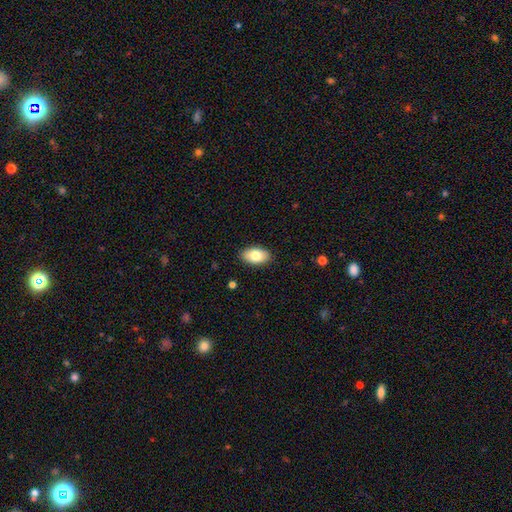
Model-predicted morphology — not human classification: Overall: smooth (81%). How rounded: in between (93%). Merging: none (88%).